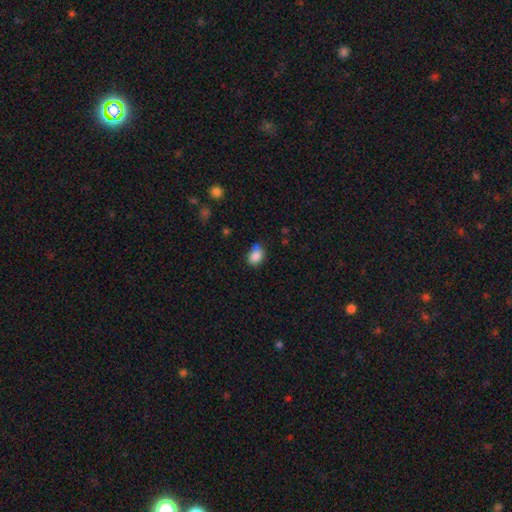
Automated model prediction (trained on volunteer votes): Smooth or featured? smooth (86%)
How rounded? in between (71%)
Merging? none (61%)